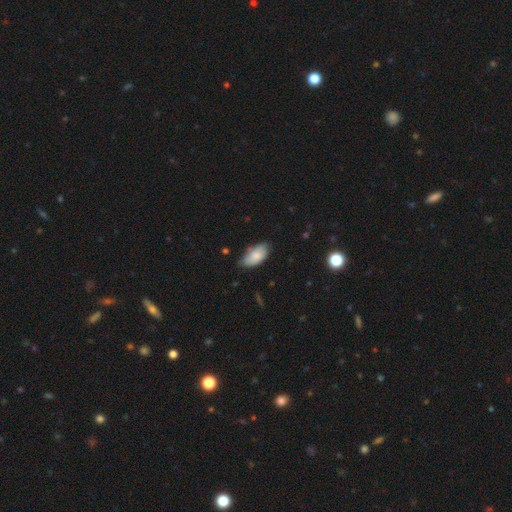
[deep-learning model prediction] A smooth galaxy with no disk features (83%) that is in between round and cigar-shaped (94%).

Vote fractions:
- Smooth or featured? smooth: 83% / featured or disk: 11% / star or artifact: 6%
- How rounded? in between: 94% / cigar-shaped: 3% / round: 3%
- Merging? none: 65% / minor disturbance: 29% / major disturbance: 4% / merger: 2%